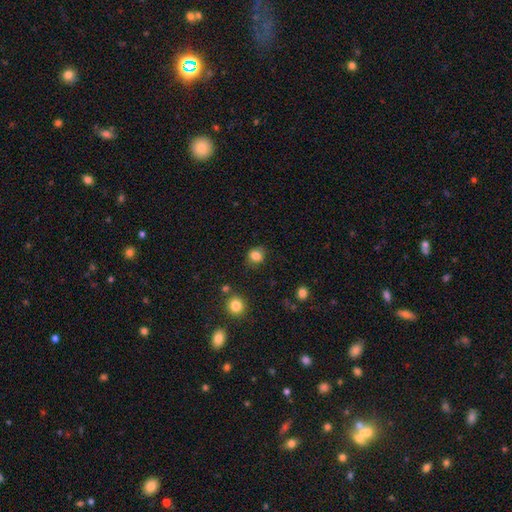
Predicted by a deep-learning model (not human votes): Morphology: type=smooth (83%); roundness=round (79%); merging=none (80%).